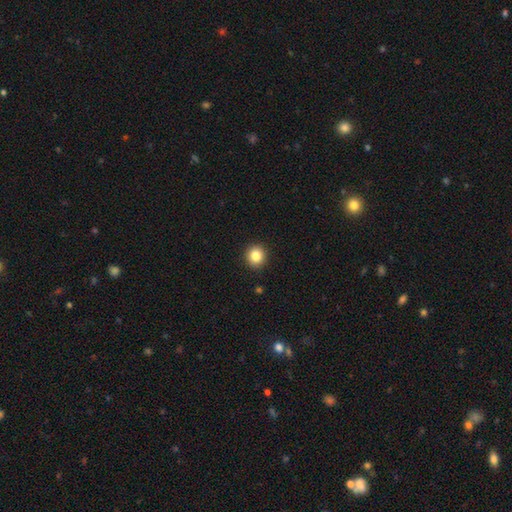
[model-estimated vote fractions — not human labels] This is clearly a smooth galaxy (84%). How rounded: clearly round (91%). Merging: clearly none (92%).